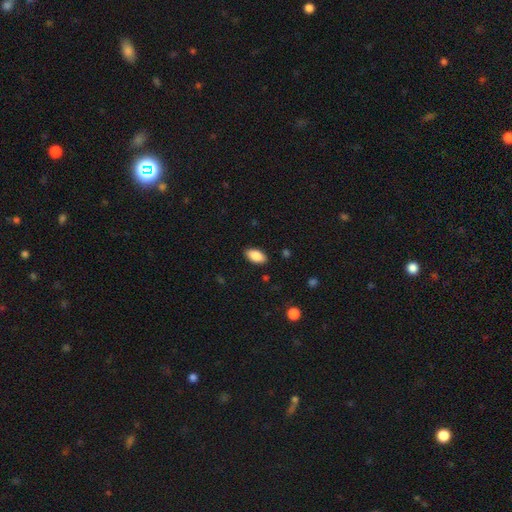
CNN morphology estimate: Smooth or featured?
  - smooth: 87% *
  - star or artifact: 7%
  - featured or disk: 7%
How rounded?
  - in between: 93% *
  - cigar-shaped: 4%
  - round: 3%
Merging?
  - none: 88% *
  - minor disturbance: 9%
  - major disturbance: 2%
  - merger: 1%